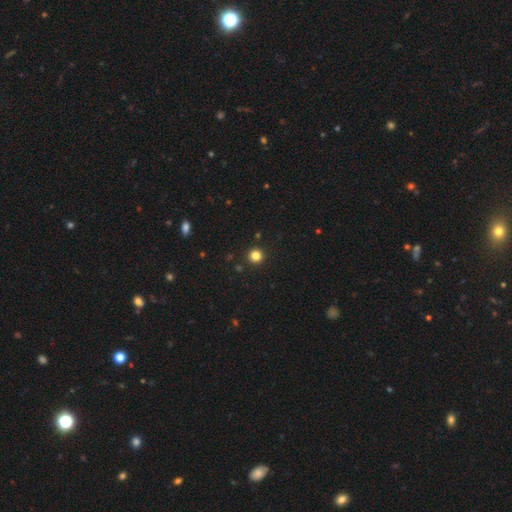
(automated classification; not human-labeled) Smooth or featured? Predicted: smooth (p=0.82). How rounded? Predicted: round (p=0.96). Merging? Predicted: none (p=0.93).